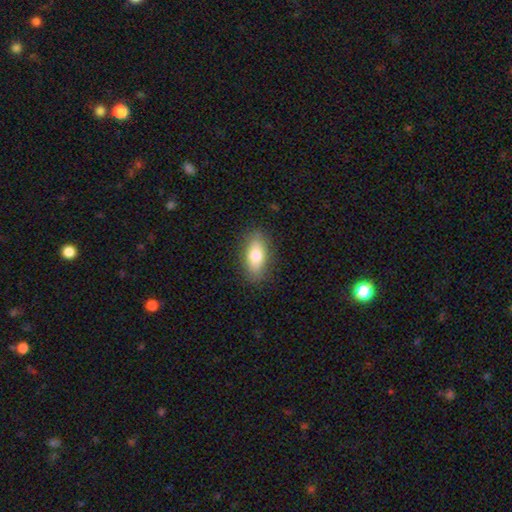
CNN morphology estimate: Smooth or featured: smooth — 75% (featured or disk — 18%)
How rounded: in between — 86% (cigar-shaped — 10%)
Merging: none — 85% (minor disturbance — 11%)